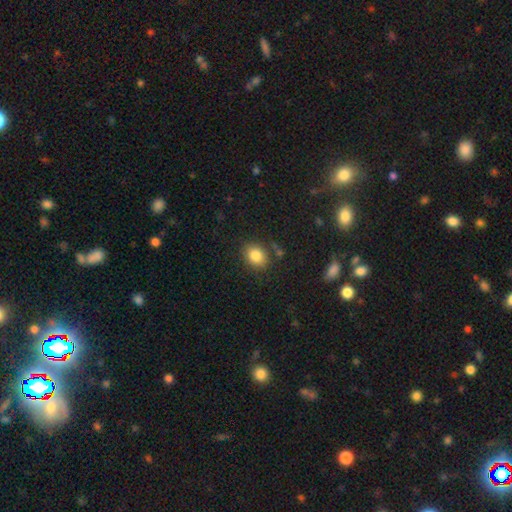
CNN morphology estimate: The model was most divided on "how rounded": round: 55%, in between: 45%, cigar-shaped: 1%. More confident: smooth or featured — smooth (83%); merging — none (81%).